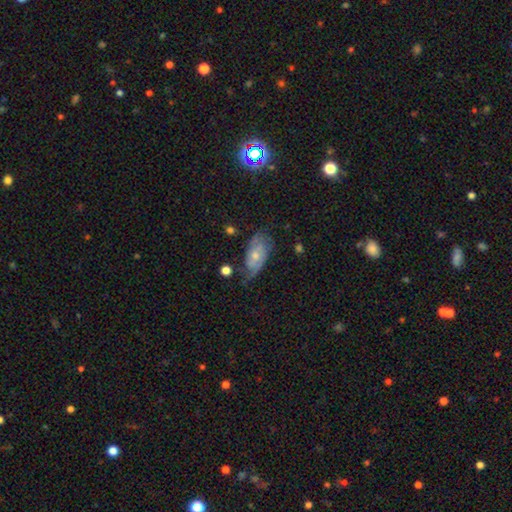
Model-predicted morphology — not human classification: Overall: featured or disk (66%; smooth 27%). Edge-on disk: no (92%). Bar: no (72%). Spiral arms: yes (83%). Spiral arm count: 2 (49%; can't tell 32%). Spiral winding: tight (45%; medium 38%). Bulge size: moderate (49%; small 45%). Merging: none (56%; minor disturbance 28%).